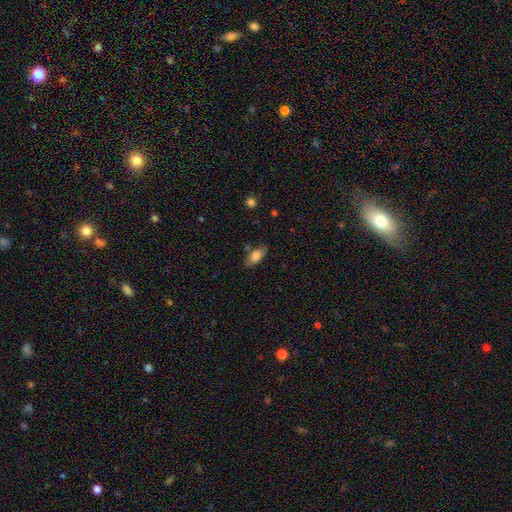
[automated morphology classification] Q: Smooth or featured?
A: smooth (79%); runner-up: featured or disk (14%)
Q: How rounded?
A: in between (87%); runner-up: cigar-shaped (9%)
Q: Merging?
A: none (72%); runner-up: minor disturbance (19%)